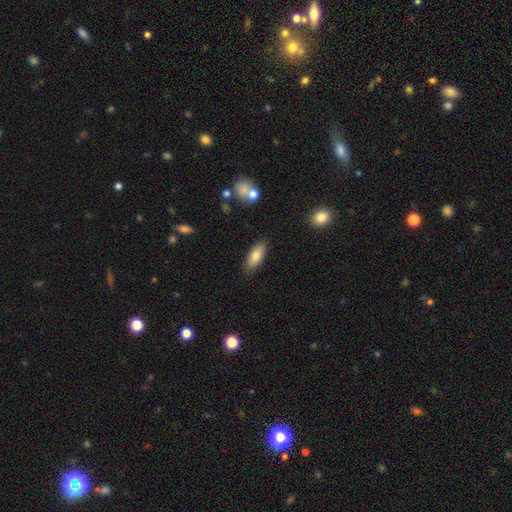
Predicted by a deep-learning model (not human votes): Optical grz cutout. It shows a smooth galaxy with no disk features (79%) that is in between round and cigar-shaped (75%). Merging: none (85%).